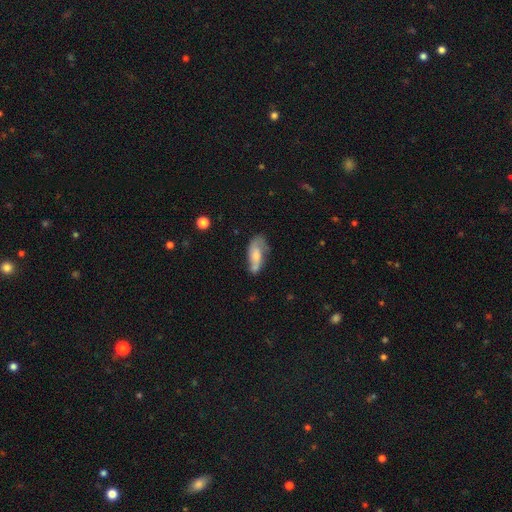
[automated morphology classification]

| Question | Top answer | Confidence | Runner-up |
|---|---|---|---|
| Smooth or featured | featured or disk | 50% | smooth (42%) |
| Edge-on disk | no | 89% | yes (11%) |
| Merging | none | 49% | minor disturbance (29%) |